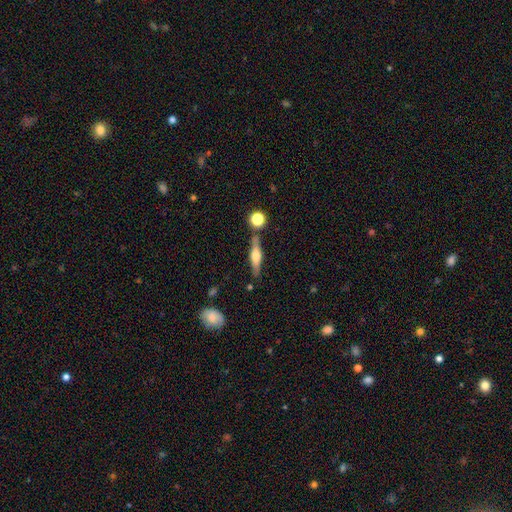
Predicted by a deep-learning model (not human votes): A featured or disk galaxy (60%) viewed edge-on (95%) with a rounded central bulge (83%).

Vote fractions:
- Smooth or featured? featured or disk: 60% / smooth: 33% / star or artifact: 7%
- Edge-on disk? yes: 95% / no: 5%
- Edge-on bulge? rounded: 83% / boxy: 13% / none: 4%
- Merging? none: 76% / minor disturbance: 12% / merger: 9% / major disturbance: 3%